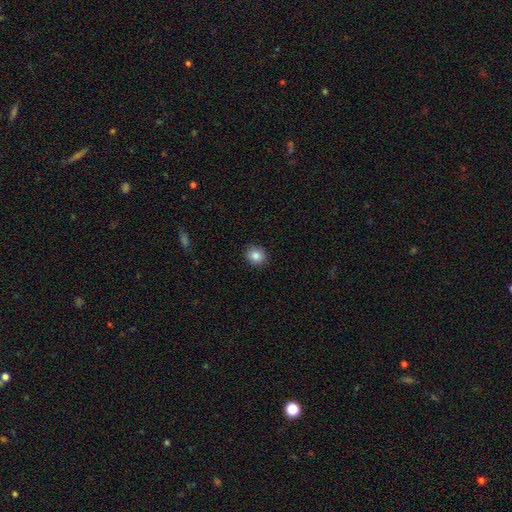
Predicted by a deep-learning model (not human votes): Smooth or featured? smooth (85%)
How rounded? round (80%)
Merging? none (89%)